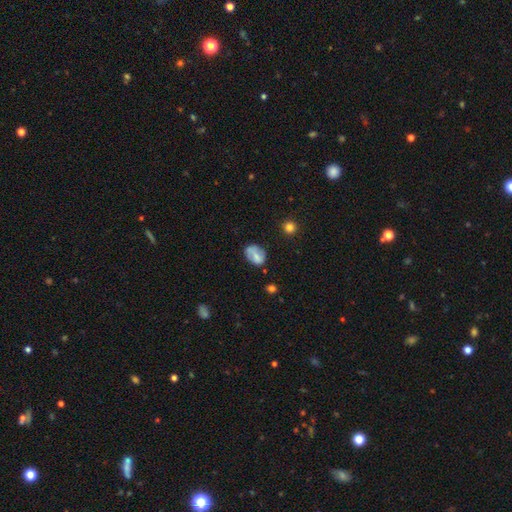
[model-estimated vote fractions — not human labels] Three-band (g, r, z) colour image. It shows a smooth galaxy with no disk features (59%) that is in between round and cigar-shaped (72%). Merging: none (63%).